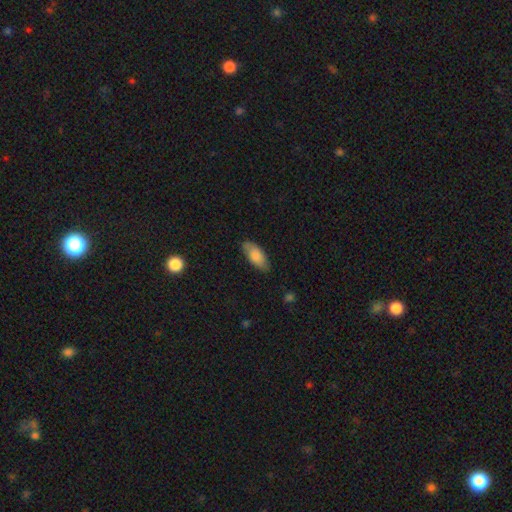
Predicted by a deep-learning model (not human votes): Morphology: type=smooth (83%); roundness=in between (84%); merging=none (81%).